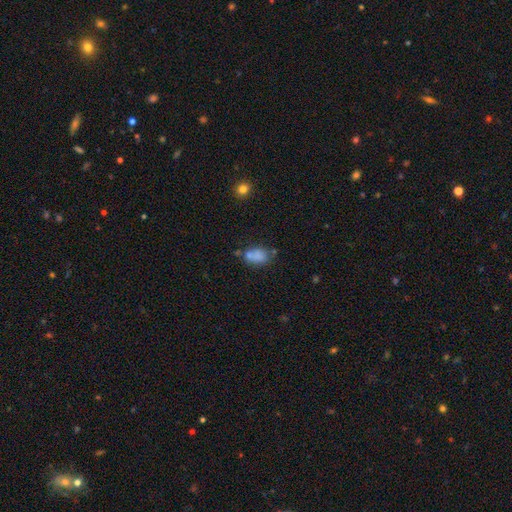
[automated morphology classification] A smooth galaxy with no disk features (73%) that is in between round and cigar-shaped (80%).

Vote fractions:
- Smooth or featured? smooth: 73% / featured or disk: 15% / star or artifact: 12%
- How rounded? in between: 80% / round: 18% / cigar-shaped: 2%
- Merging? none: 46% / merger: 26% / minor disturbance: 20% / major disturbance: 9%